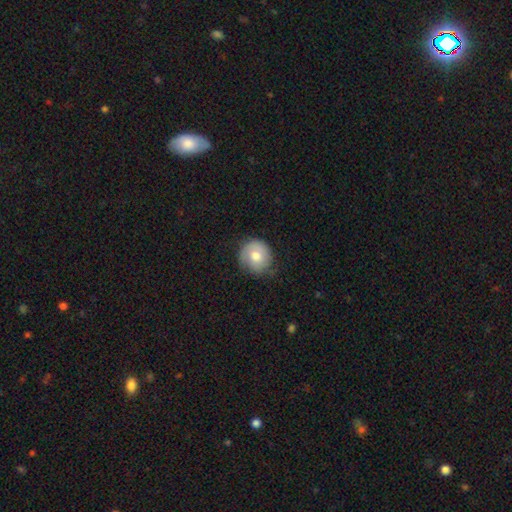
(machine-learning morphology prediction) Overall: smooth (68%). How rounded: round (89%). Merging: none (71%).